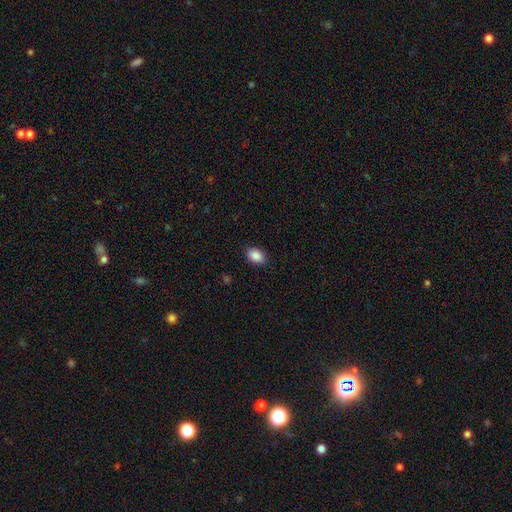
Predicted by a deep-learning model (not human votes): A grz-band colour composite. It shows a smooth galaxy with no disk features (89%) that is in between round and cigar-shaped (83%). Merging: none (89%).